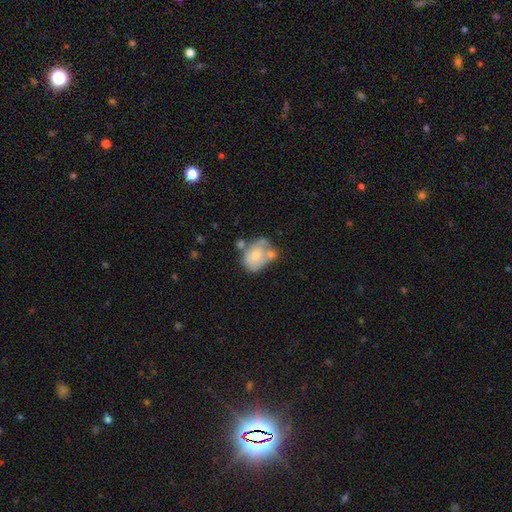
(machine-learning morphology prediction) smooth 63%, featured or disk 29%, star or artifact 8%. Down the decision tree: how rounded — in between (66%); merging — merger (31%).